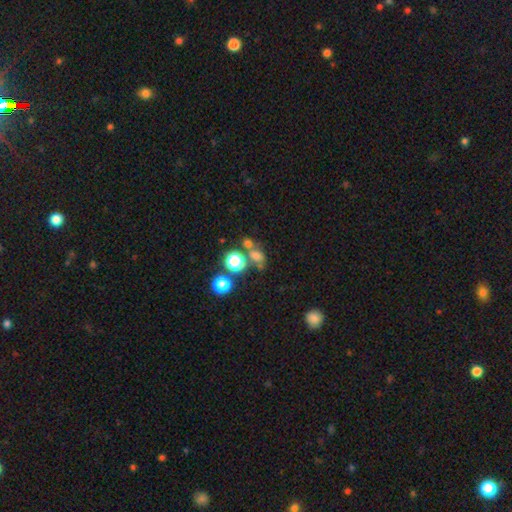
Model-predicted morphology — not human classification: Smooth or featured? Predicted: smooth (p=0.60). How rounded? Predicted: round (p=0.50). Merging? Predicted: none (p=0.48).